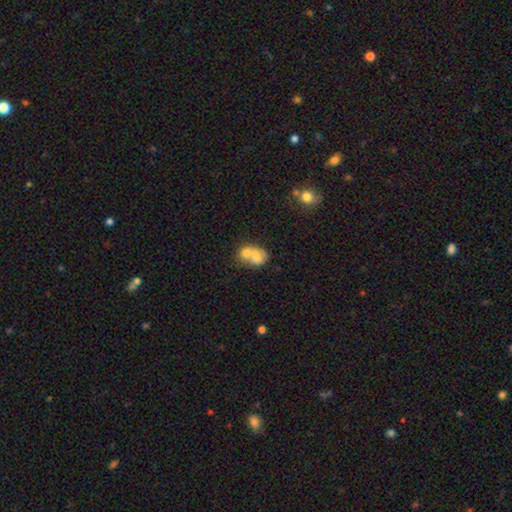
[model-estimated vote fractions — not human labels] smooth 65%, featured or disk 26%, star or artifact 9%. Down the decision tree: how rounded — in between (62%); merging — merger (67%).